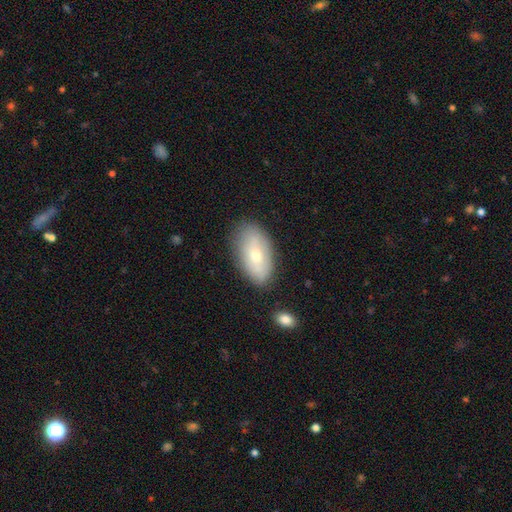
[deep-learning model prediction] A smooth galaxy with no disk features (60%) that is in between round and cigar-shaped (93%). Merging: none (78%).